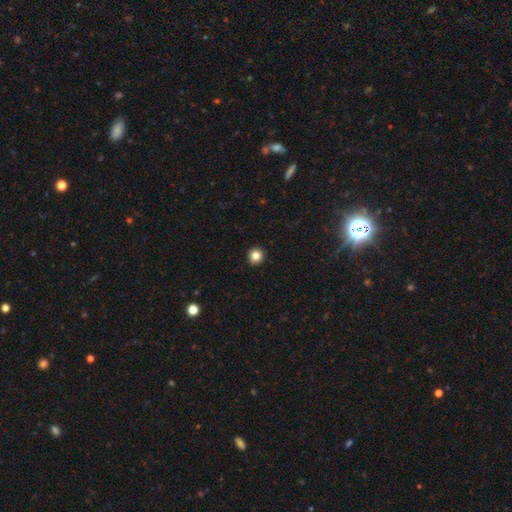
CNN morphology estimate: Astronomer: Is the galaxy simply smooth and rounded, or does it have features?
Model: smooth — 84%.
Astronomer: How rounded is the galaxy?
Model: round — 92%.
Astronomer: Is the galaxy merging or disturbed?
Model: none — 93%.